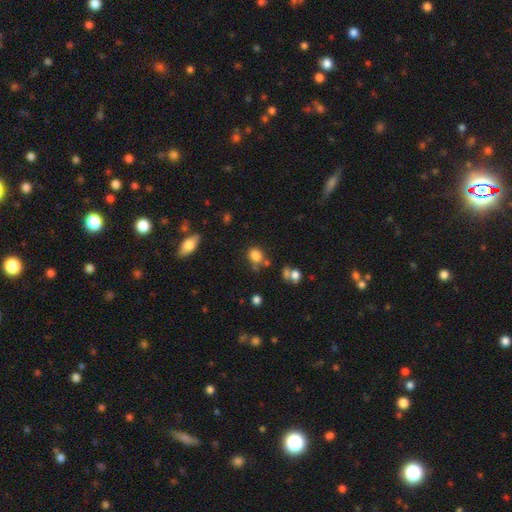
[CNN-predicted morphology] Smooth or featured: smooth — 81% (star or artifact — 12%)
How rounded: round — 60% (in between — 39%)
Merging: none — 63% (minor disturbance — 18%)